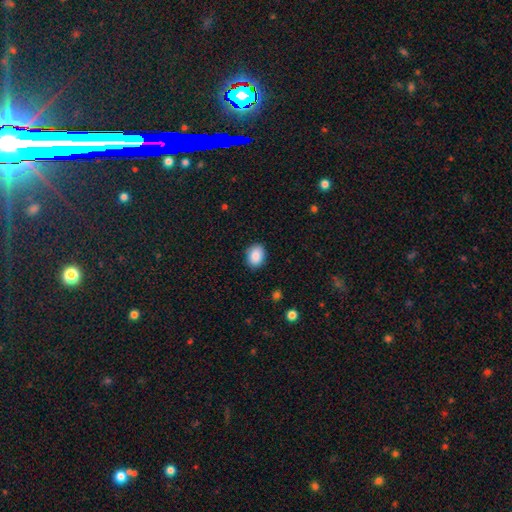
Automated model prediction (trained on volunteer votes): Smooth or featured?
  - smooth: 88% *
  - star or artifact: 8%
  - featured or disk: 4%
How rounded?
  - in between: 66% *
  - round: 33%
  - cigar-shaped: 1%
Merging?
  - none: 88% *
  - minor disturbance: 9%
  - major disturbance: 2%
  - merger: 1%